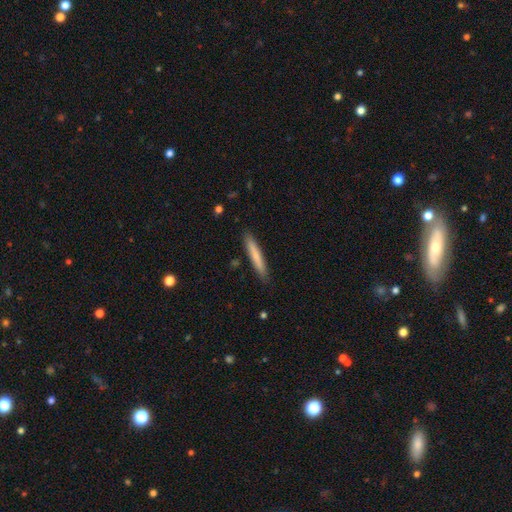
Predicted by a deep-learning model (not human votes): smooth 74%, featured or disk 20%, star or artifact 6%. Down the decision tree: how rounded — cigar-shaped (95%); merging — none (89%).